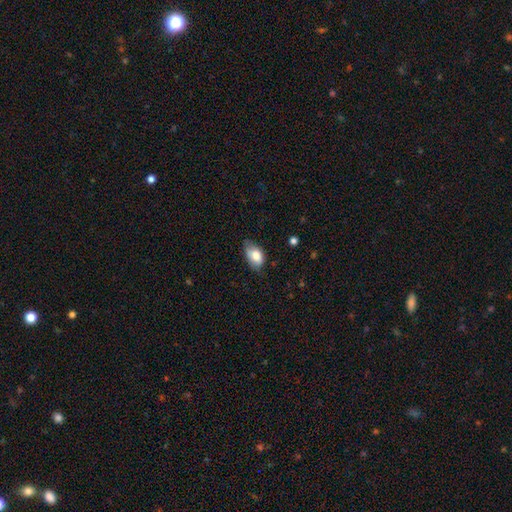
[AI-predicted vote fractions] This is likely a smooth galaxy (79%). How rounded: clearly in between (90%). Merging: possibly none (52%).